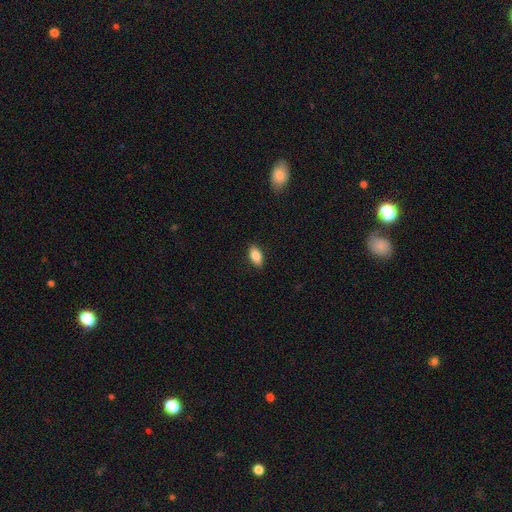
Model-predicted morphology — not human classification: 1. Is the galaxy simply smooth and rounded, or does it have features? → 86% smooth, 7% star or artifact, 6% featured or disk.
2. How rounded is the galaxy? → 90% in between, 6% cigar-shaped, 4% round.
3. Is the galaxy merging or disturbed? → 88% none, 9% minor disturbance, 2% major disturbance, 1% merger.